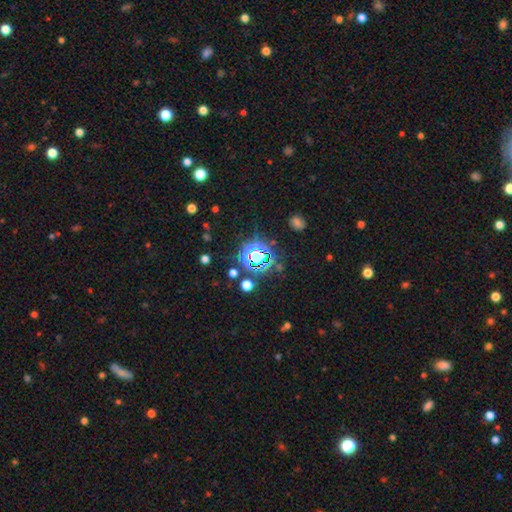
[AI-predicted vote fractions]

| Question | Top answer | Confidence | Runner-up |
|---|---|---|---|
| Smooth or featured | star or artifact | 70% | smooth (21%) |